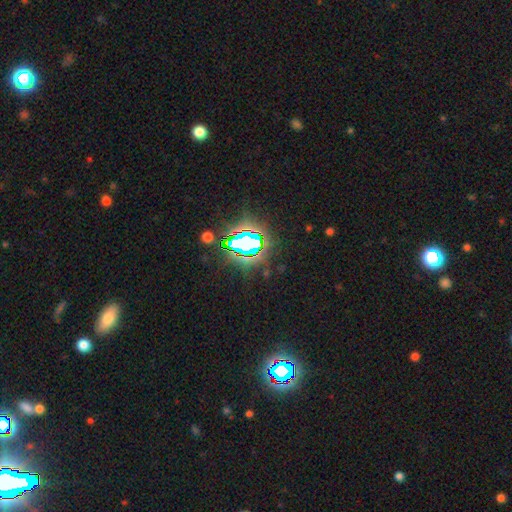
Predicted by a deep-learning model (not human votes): Smooth or featured?
  - star or artifact: 81% *
  - smooth: 11%
  - featured or disk: 8%